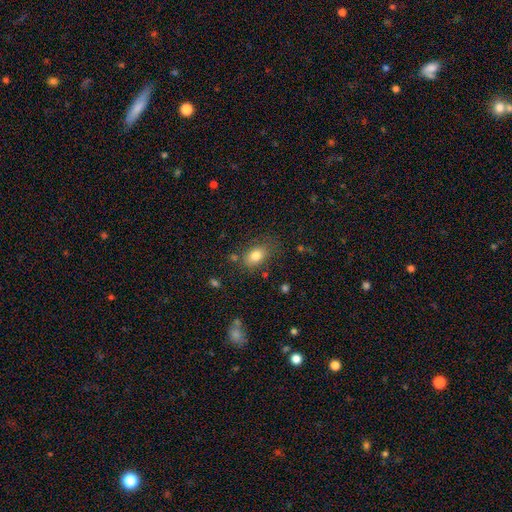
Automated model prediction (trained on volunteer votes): A smooth galaxy with no disk features (80%) that is in between round and cigar-shaped (80%).

Vote fractions:
- Smooth or featured? smooth: 80% / featured or disk: 10% / star or artifact: 10%
- How rounded? in between: 80% / round: 18% / cigar-shaped: 2%
- Merging? none: 71% / minor disturbance: 18% / major disturbance: 6% / merger: 5%